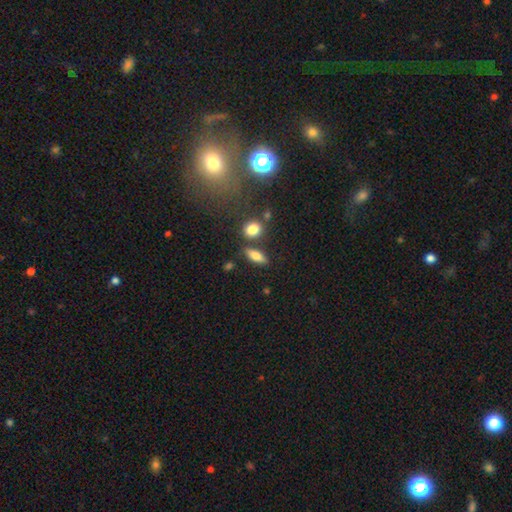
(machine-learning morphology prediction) Overall: smooth (72%). How rounded: in between (66%; cigar-shaped 28%). Merging: none (76%).